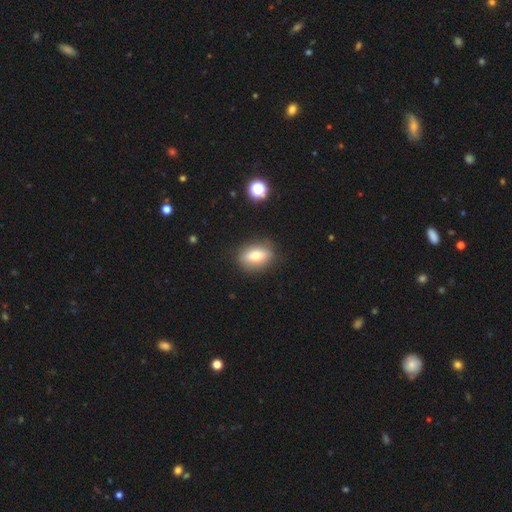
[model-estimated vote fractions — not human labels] This appears to be a smooth galaxy with no disk features (72%) that is in between round and cigar-shaped (78%). Merging: none (85%).